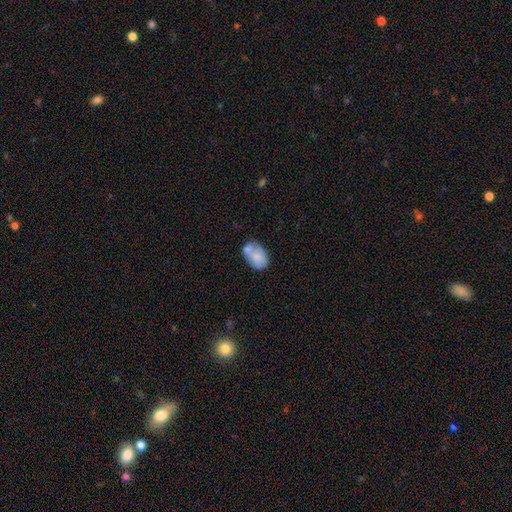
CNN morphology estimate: Smooth or featured? smooth (70%)
How rounded? in between (85%)
Merging? merger (38%)